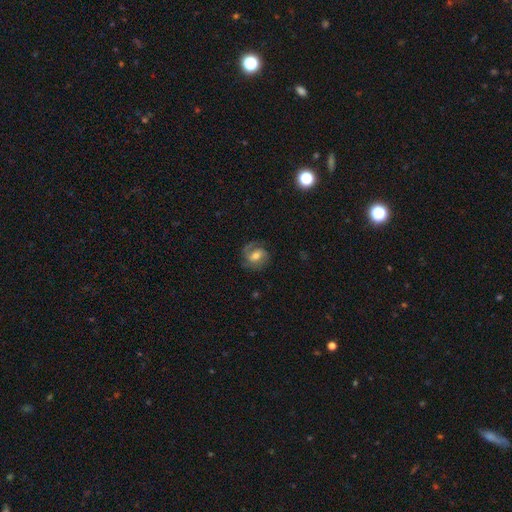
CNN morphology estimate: The model was most divided on "spiral winding": medium: 48%, tight: 33%, loose: 19%. Remaining: edge-on disk — no (97%); spiral arms — yes (94%); smooth or featured — featured or disk (75%); merging — none (72%); spiral arm count — 2 (69%); bulge size — moderate (61%); bar — weak (49%).